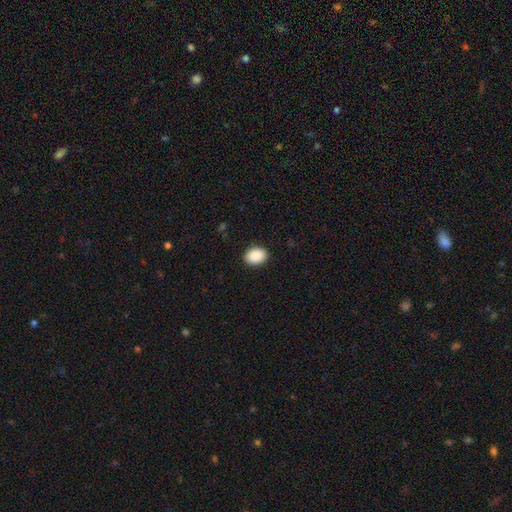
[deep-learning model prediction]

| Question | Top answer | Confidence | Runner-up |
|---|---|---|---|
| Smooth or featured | smooth | 90% | star or artifact (7%) |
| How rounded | in between | 73% | round (26%) |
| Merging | none | 90% | minor disturbance (7%) |